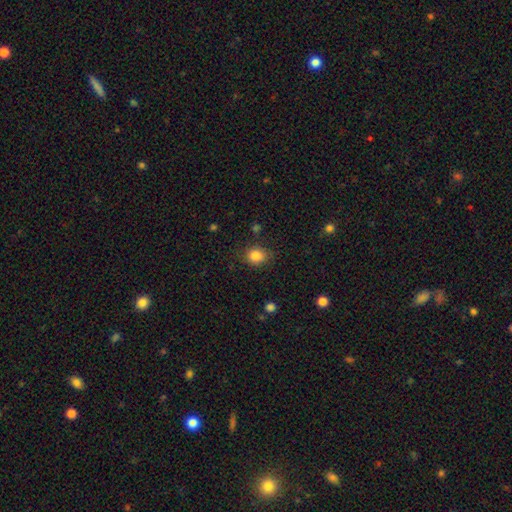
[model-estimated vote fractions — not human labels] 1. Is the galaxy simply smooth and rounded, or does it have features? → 84% smooth, 11% star or artifact, 5% featured or disk.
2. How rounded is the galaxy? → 66% round, 33% in between, 1% cigar-shaped.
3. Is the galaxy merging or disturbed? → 81% none, 13% minor disturbance, 4% major disturbance, 2% merger.